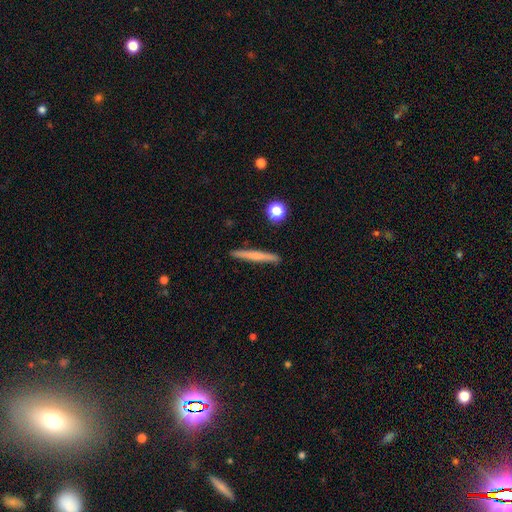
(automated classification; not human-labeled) The model was most divided on "smooth or featured": smooth: 59%, featured or disk: 34%, star or artifact: 7%. More confident: how rounded — cigar-shaped (96%); merging — none (91%).